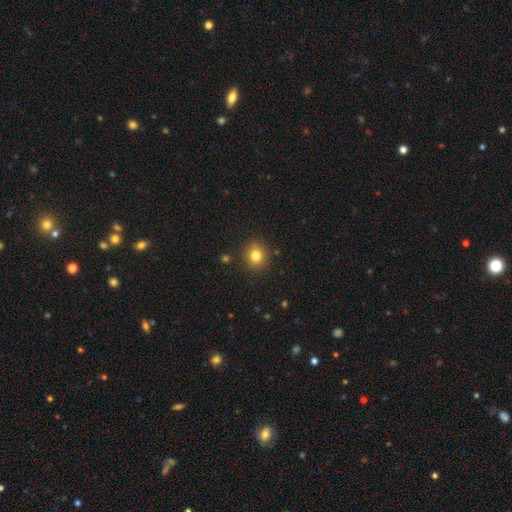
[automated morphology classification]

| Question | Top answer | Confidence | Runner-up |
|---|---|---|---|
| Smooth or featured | smooth | 81% | star or artifact (12%) |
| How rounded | round | 80% | in between (19%) |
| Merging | none | 89% | minor disturbance (7%) |